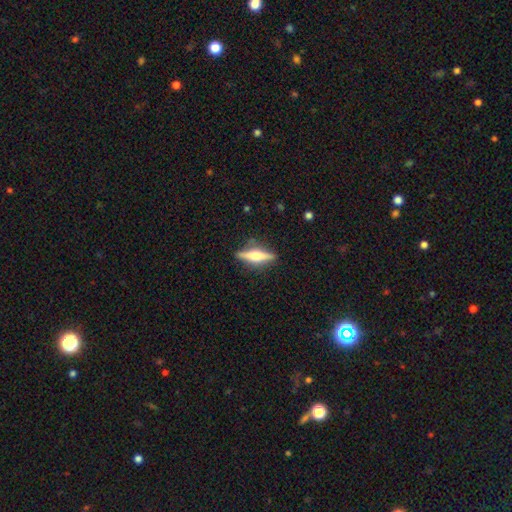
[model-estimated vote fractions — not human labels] The model was most divided on "smooth or featured": featured or disk: 62%, smooth: 32%, star or artifact: 6%. More confident: edge-on disk — yes (96%); edge-on bulge — rounded (87%); merging — none (87%).